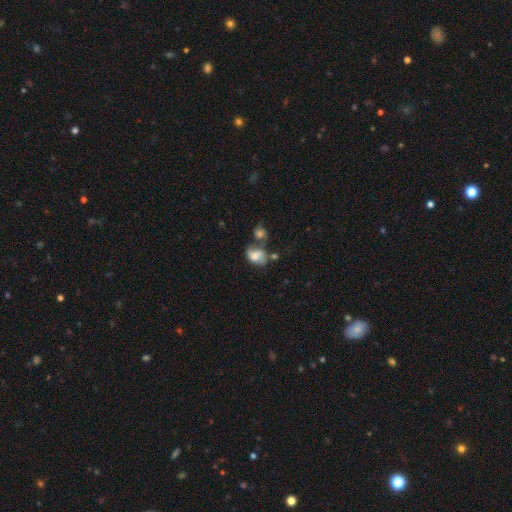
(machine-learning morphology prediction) smooth 60%, featured or disk 30%, star or artifact 10%. Down the decision tree: how rounded — in between (66%); merging — none (39%).